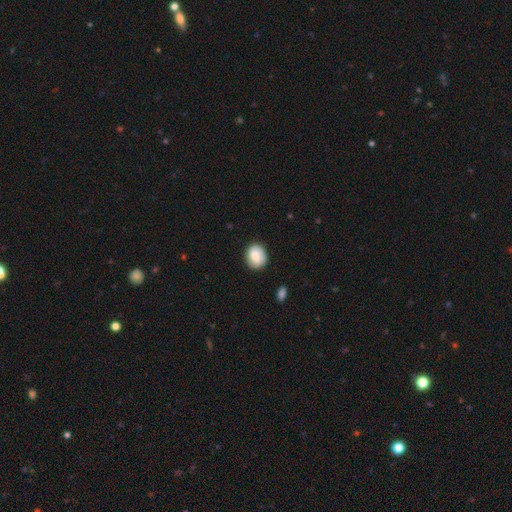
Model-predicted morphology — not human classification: This appears to be a smooth galaxy with no disk features (76%) that is round (56%). Merging: none (80%).